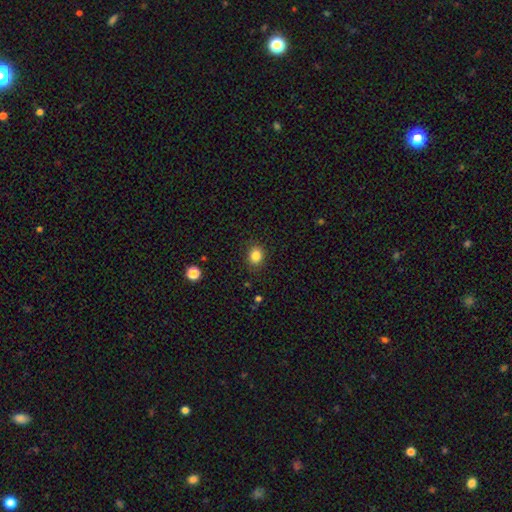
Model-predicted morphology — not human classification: smooth-or-featured: smooth: 84% | star or artifact: 11% | featured or disk: 5%
  how-rounded: round: 62% | in between: 37% | cigar-shaped: 1%
  merging: none: 88% | minor disturbance: 9% | major disturbance: 2% | merger: 1%